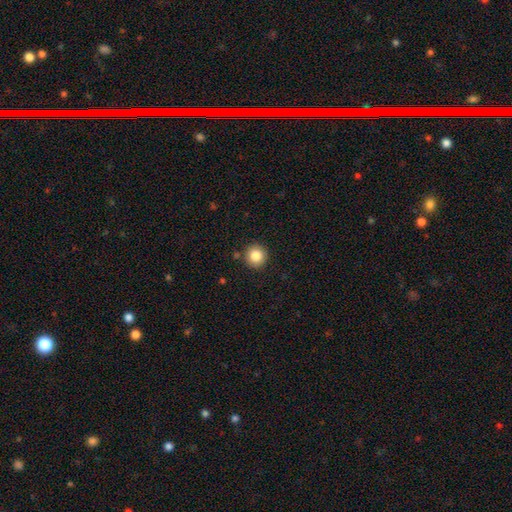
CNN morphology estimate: This is clearly a smooth galaxy (85%). How rounded: clearly round (94%). Merging: clearly none (89%).